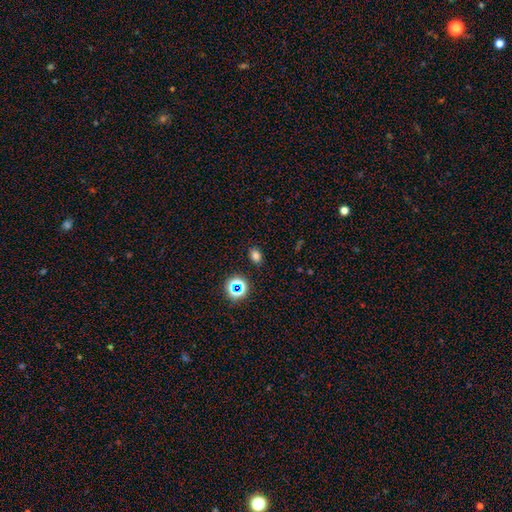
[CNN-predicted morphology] The model was most divided on "how rounded": in between: 63%, round: 36%, cigar-shaped: 1%. More confident: merging — none (87%); smooth or featured — smooth (75%).